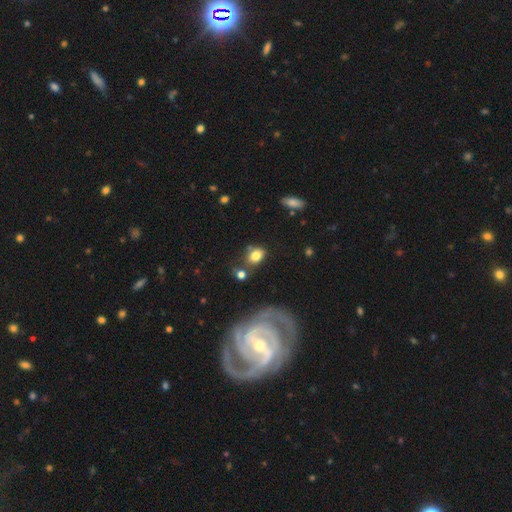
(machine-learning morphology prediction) Smooth or featured? Predicted: smooth (p=0.80). How rounded? Predicted: in between (p=0.72). Merging? Predicted: none (p=0.58).